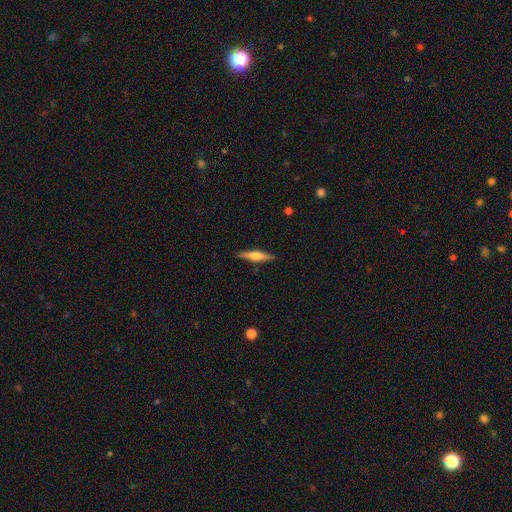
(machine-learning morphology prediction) smooth-or-featured: featured or disk: 65% | smooth: 29% | star or artifact: 6%
  disk-edge-on: yes: 98% | no: 2%
    edge-on-bulge: rounded: 83% | boxy: 13% | none: 5%
  merging: none: 90% | minor disturbance: 7% | major disturbance: 2% | merger: 1%